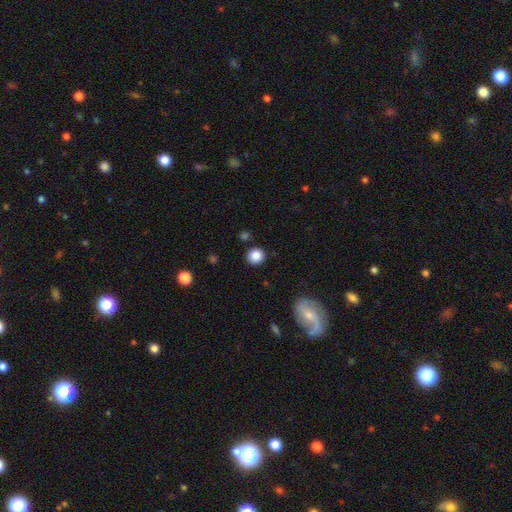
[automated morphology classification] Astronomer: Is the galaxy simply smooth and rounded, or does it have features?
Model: smooth — 87%.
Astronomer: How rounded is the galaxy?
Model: round — 93%.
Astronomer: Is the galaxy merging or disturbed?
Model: none — 88%.